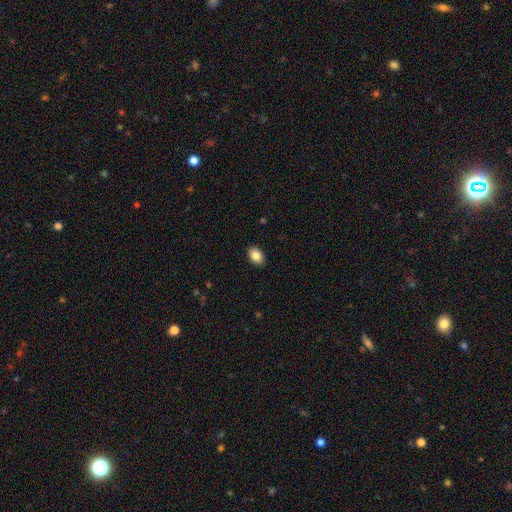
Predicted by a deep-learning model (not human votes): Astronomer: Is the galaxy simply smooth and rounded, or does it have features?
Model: smooth — 87%.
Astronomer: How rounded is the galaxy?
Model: in between — 84%.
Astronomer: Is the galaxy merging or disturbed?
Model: none — 90%.